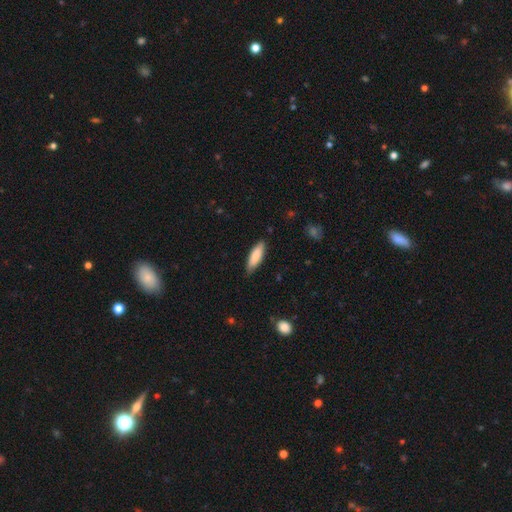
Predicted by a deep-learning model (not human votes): Q: Smooth or featured?
A: smooth (85%); runner-up: featured or disk (10%)
Q: How rounded?
A: in between (50%); runner-up: cigar-shaped (48%)
Q: Merging?
A: none (82%); runner-up: minor disturbance (14%)